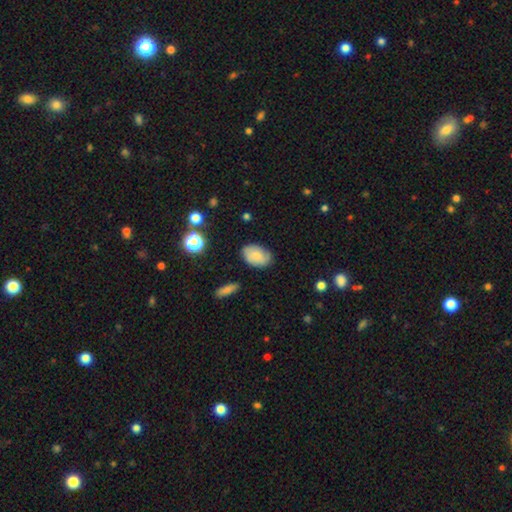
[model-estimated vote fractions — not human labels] Overall: smooth (66%). How rounded: in between (86%). Merging: none (77%).